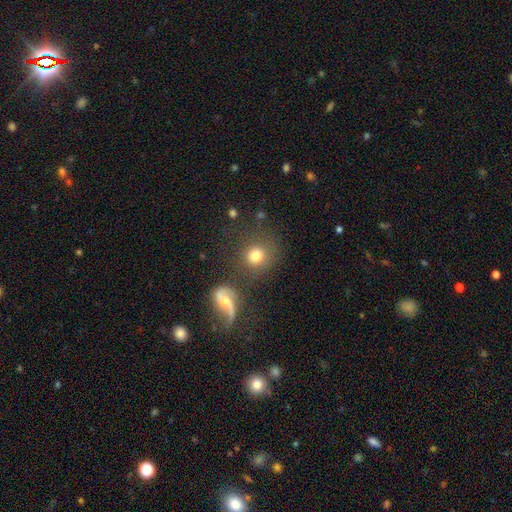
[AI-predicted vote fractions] This appears to be a smooth galaxy with no disk features (74%) that is round (88%). Merging: none (75%).